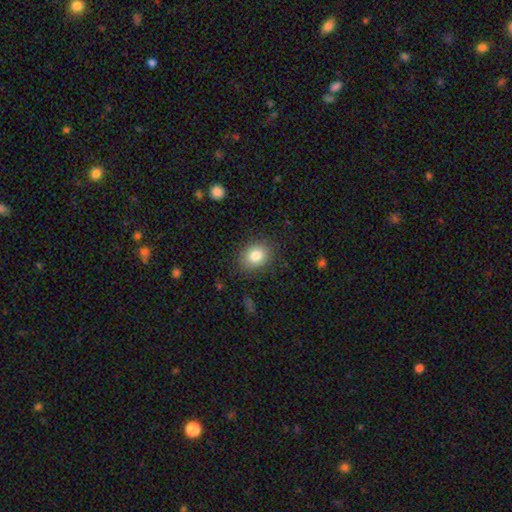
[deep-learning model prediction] The model was most divided on "how rounded": round: 52%, in between: 47%, cigar-shaped: 1%. More confident: merging — none (85%); smooth or featured — smooth (83%).